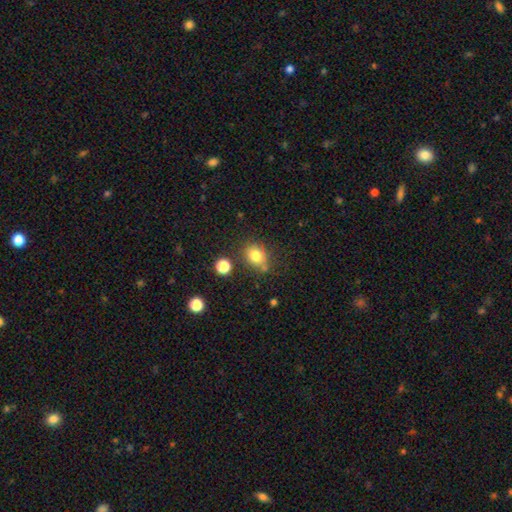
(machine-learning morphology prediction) This is likely a smooth galaxy (78%). How rounded: possibly round (56%). Merging: likely none (67%).